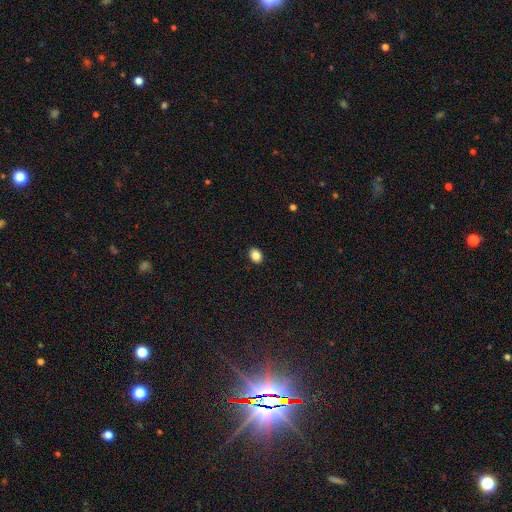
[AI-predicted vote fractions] The model was most divided on "how rounded": in between: 55%, round: 44%, cigar-shaped: 1%. More confident: merging — none (91%); smooth or featured — smooth (85%).